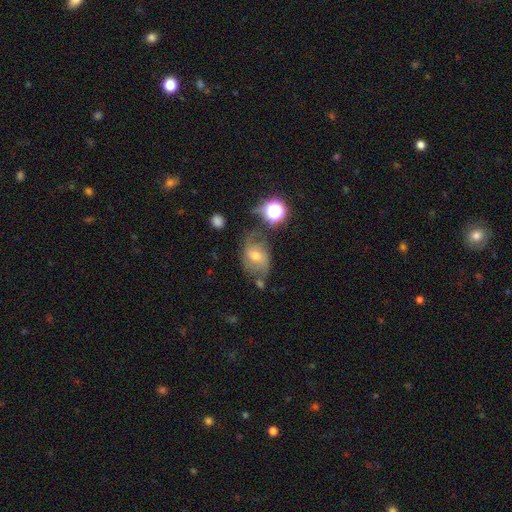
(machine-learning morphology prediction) Smooth or featured? Predicted: featured or disk (p=0.49). Merging? Predicted: none (p=0.47).